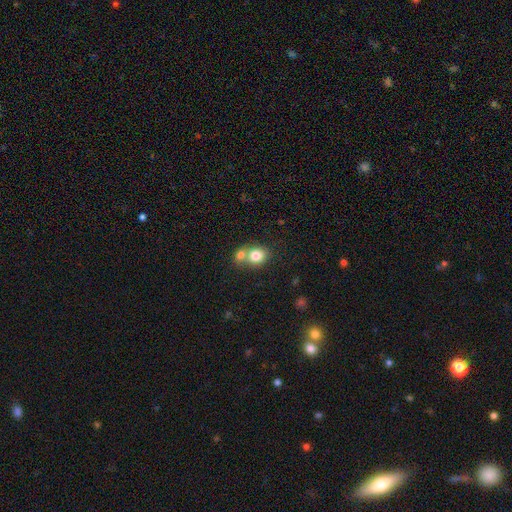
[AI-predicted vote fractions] This is likely a smooth galaxy (79%). How rounded: likely round (64%). Merging: possibly merger (50%).